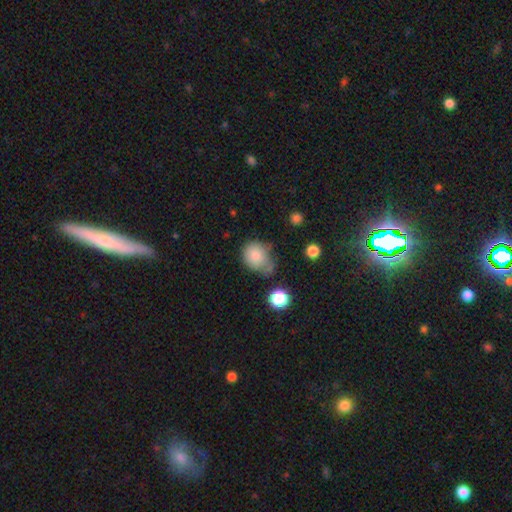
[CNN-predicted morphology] This is clearly a smooth galaxy (80%). How rounded: likely round (60%). Merging: possibly none (49%).